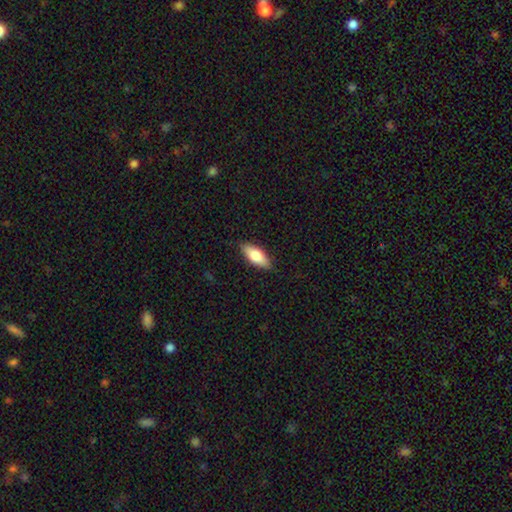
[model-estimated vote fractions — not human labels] Smooth or featured? smooth (76%)
How rounded? in between (78%)
Merging? none (86%)